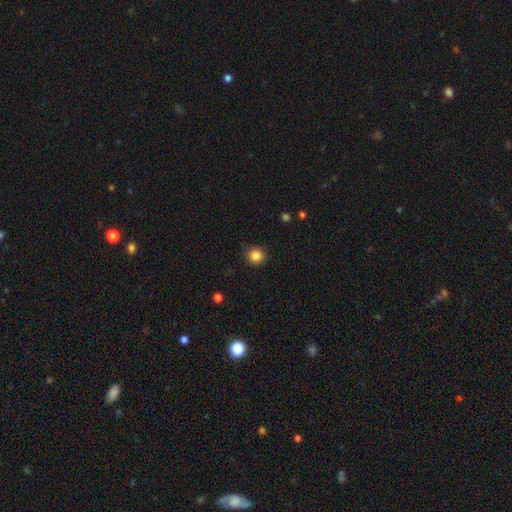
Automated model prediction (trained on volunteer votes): Smooth or featured?
  - smooth: 85% *
  - star or artifact: 11%
  - featured or disk: 4%
How rounded?
  - round: 94% *
  - in between: 5%
  - cigar-shaped: 1%
Merging?
  - none: 89% *
  - minor disturbance: 8%
  - major disturbance: 2%
  - merger: 1%